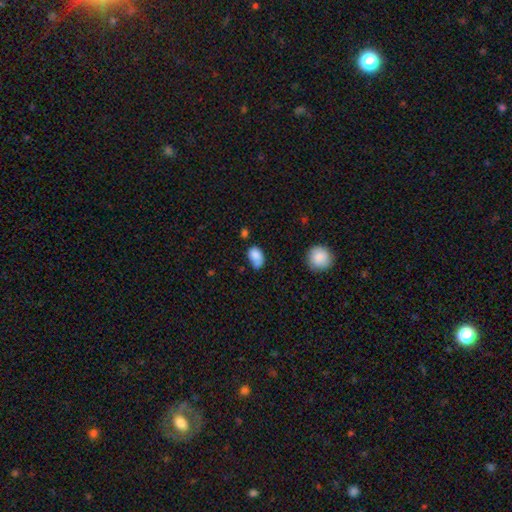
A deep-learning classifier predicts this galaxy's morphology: A smooth galaxy with no disk features (82%) that is in between round and cigar-shaped (81%).

Vote fractions:
- Smooth or featured? smooth: 82% / featured or disk: 10% / star or artifact: 9%
- How rounded? in between: 81% / round: 17% / cigar-shaped: 1%
- Merging? none: 46% / minor disturbance: 33% / major disturbance: 10% / merger: 10%